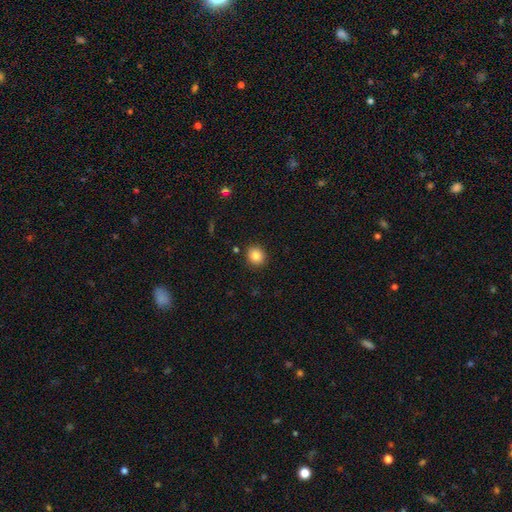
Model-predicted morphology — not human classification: A smooth galaxy with no disk features (84%) that is round (86%).

Vote fractions:
- Smooth or featured? smooth: 84% / star or artifact: 10% / featured or disk: 6%
- How rounded? round: 86% / in between: 13% / cigar-shaped: 1%
- Merging? none: 91% / minor disturbance: 6% / major disturbance: 2% / merger: 2%